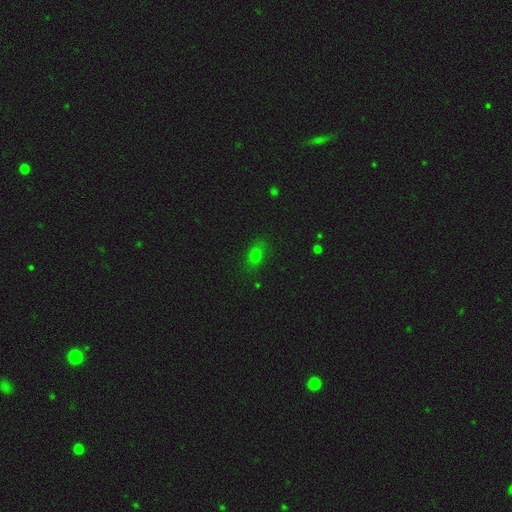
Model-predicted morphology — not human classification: Q: Smooth or featured?
A: smooth (72%); runner-up: star or artifact (19%)
Q: How rounded?
A: in between (76%); runner-up: round (19%)
Q: Merging?
A: none (74%); runner-up: minor disturbance (17%)